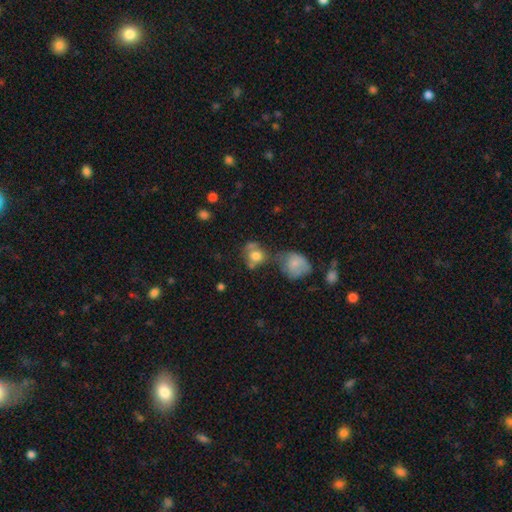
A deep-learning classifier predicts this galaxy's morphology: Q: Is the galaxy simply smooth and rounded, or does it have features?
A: smooth — 73%.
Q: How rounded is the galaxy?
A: round — 69%.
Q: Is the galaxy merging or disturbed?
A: none — 36%.